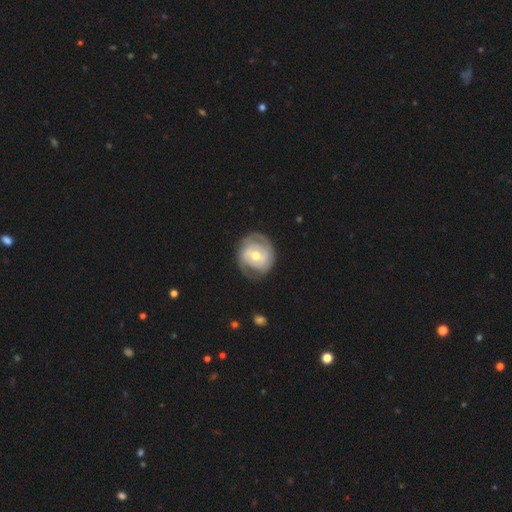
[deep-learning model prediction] This is likely a featured or disk galaxy (75%). It is clearly not viewed edge-on (97%). Bar: possibly no (58%). Spiral arm pattern: clearly yes (83%). Spiral arm count: likely 2 (63%). Spiral winding: possibly tight (59%). Central bulge: likely moderate (74%). Merging: likely none (71%).